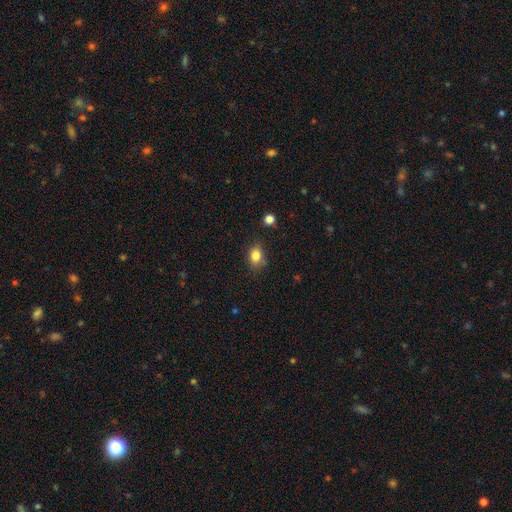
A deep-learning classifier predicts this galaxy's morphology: The model was most divided on "how rounded": in between: 69%, round: 29%, cigar-shaped: 1%. More confident: smooth or featured — smooth (83%); merging — none (74%).